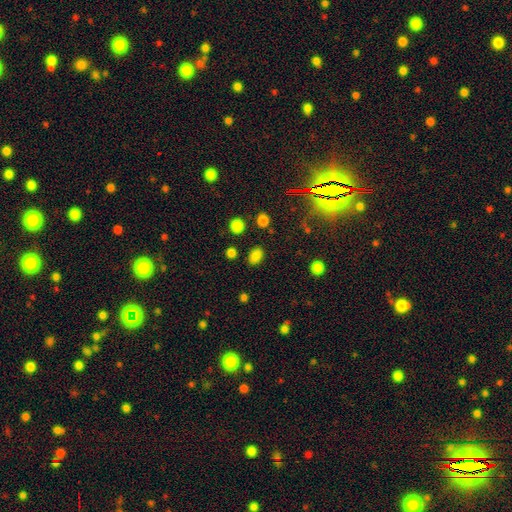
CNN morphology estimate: This is clearly a smooth galaxy (80%). How rounded: clearly in between (84%). Merging: clearly none (83%).